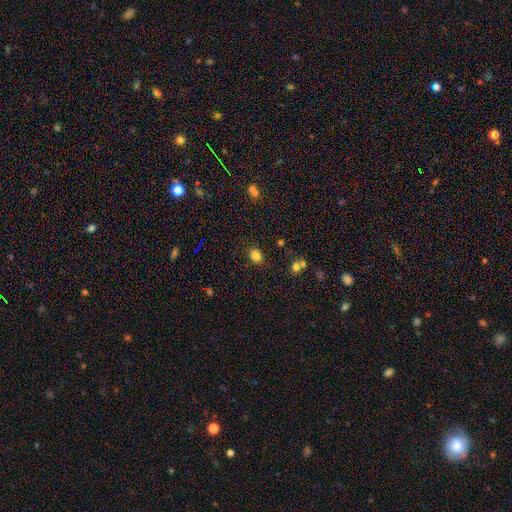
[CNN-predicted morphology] Overall: smooth (81%). How rounded: in between (60%; round 39%). Merging: none (85%).